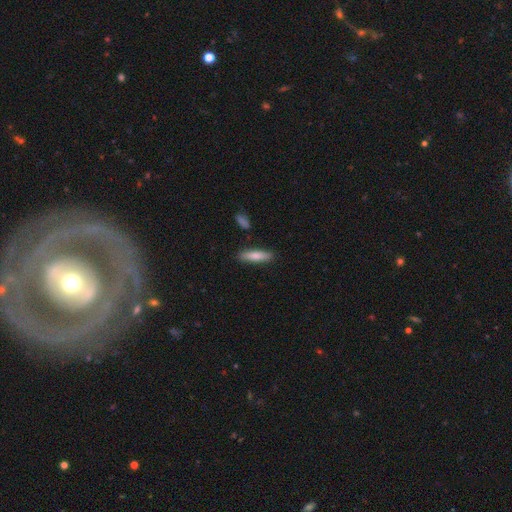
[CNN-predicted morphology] smooth 79%, featured or disk 15%, star or artifact 6%. Down the decision tree: how rounded — cigar-shaped (72%); merging — none (86%).